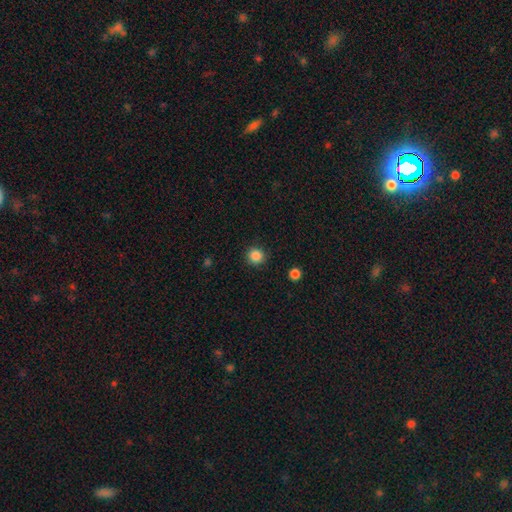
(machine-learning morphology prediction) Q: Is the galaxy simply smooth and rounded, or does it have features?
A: smooth — 86%.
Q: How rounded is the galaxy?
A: round — 94%.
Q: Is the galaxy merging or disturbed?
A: none — 91%.